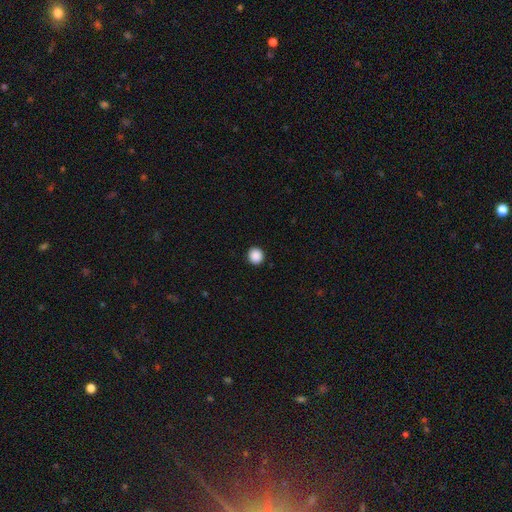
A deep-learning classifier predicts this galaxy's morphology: Smooth or featured: smooth — 89% (star or artifact — 9%)
How rounded: round — 91% (in between — 8%)
Merging: none — 93% (minor disturbance — 4%)